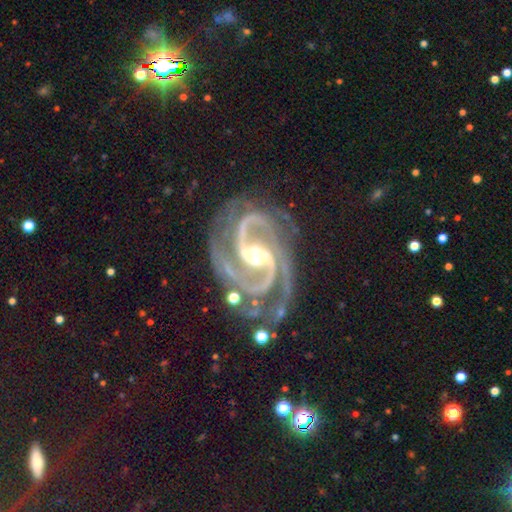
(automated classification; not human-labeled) The model was most divided on "bar": strong: 46%, weak: 35%, no: 19%. More confident: spiral arms — yes (99%); edge-on disk — no (98%); smooth or featured — featured or disk (94%); spiral arm count — 2 (78%); merging — none (65%); bulge size — moderate (64%); spiral winding — medium (61%).